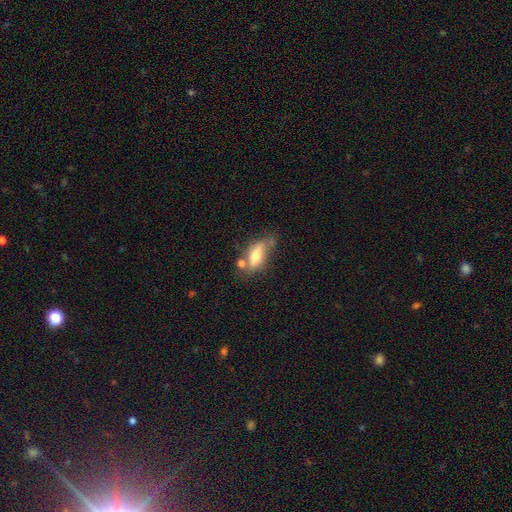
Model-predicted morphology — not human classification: smooth_or_featured: smooth (p=0.60) [alt: featured or disk p=0.33]
how_rounded: in between (p=0.74) [alt: cigar-shaped p=0.21]
merging: none (p=0.46) [alt: minor disturbance p=0.23]